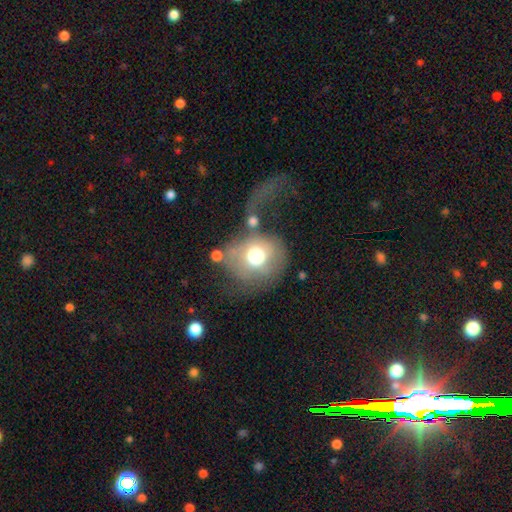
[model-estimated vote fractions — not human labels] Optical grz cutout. It shows a smooth galaxy with no disk features (56%) that is round (78%). Merging: major disturbance (36%).